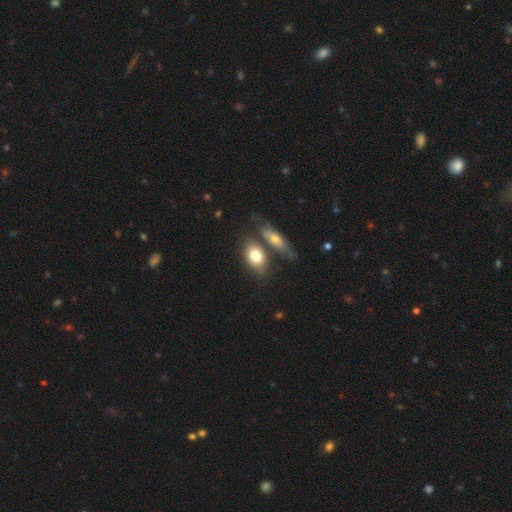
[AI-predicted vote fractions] Morphology: type=smooth (76%); roundness=in between (76%); merging=none (49%).